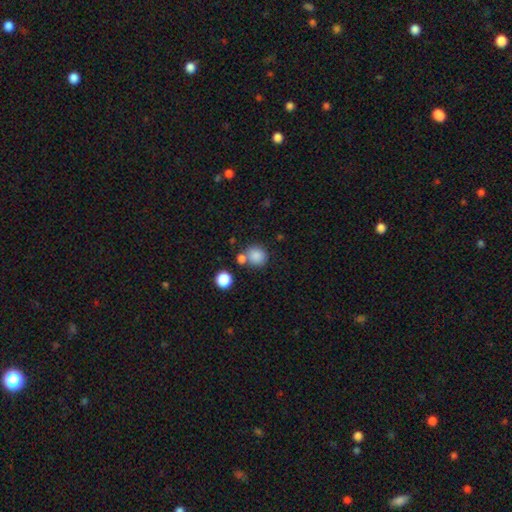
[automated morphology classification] type=smooth (84%); roundness=round (84%); merging=none (62%).